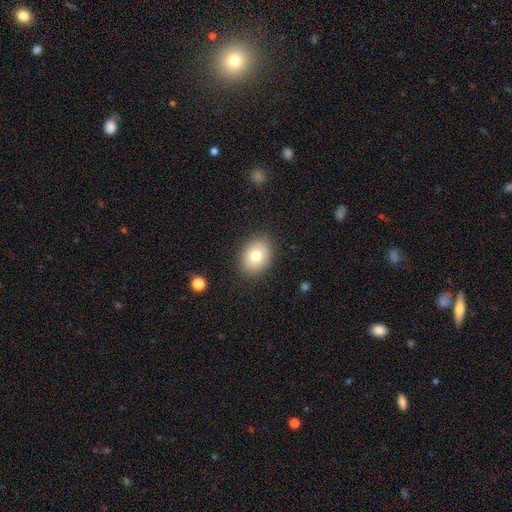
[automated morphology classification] This is likely a smooth galaxy (76%). How rounded: possibly in between (55%). Merging: clearly none (87%).